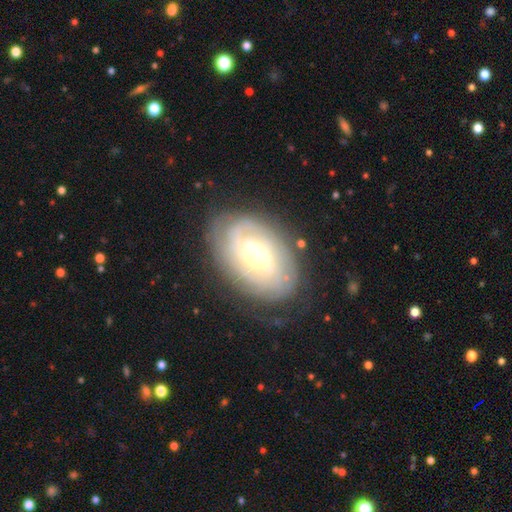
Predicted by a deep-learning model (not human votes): A featured or disk galaxy (80%) with no bar (60%), tight (73%) spiral arms (92%) and a moderate central bulge (62%). Merging: none (76%).